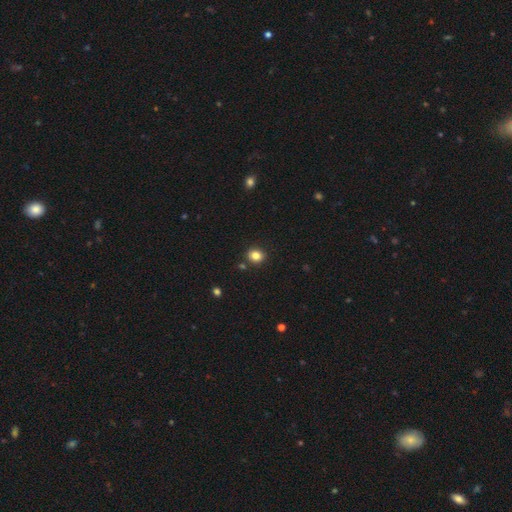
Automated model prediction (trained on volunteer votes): Overall: smooth (83%). How rounded: round (66%; in between 33%). Merging: none (86%).